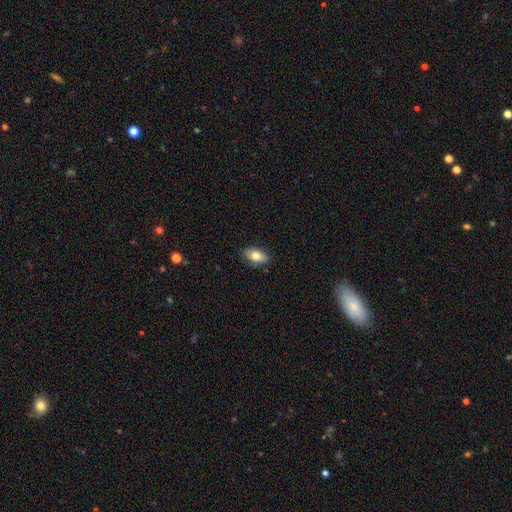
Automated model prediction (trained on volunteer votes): smooth-or-featured: smooth: 78% | featured or disk: 15% | star or artifact: 7%
  how-rounded: in between: 91% | round: 5% | cigar-shaped: 4%
  merging: none: 85% | minor disturbance: 12% | major disturbance: 2% | merger: 1%